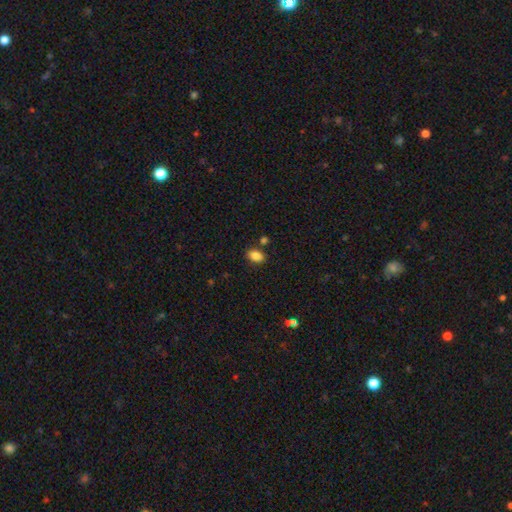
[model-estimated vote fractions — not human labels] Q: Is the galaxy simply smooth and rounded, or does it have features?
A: smooth — 86%.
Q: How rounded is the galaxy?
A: in between — 84%.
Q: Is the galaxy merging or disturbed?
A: none — 80%.